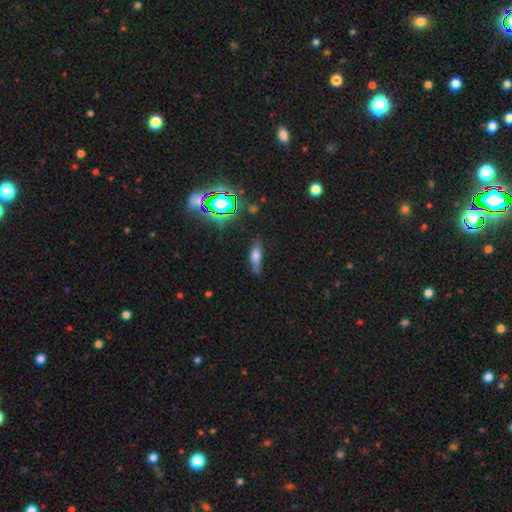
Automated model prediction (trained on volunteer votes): Overall: smooth (60%; featured or disk 25%). How rounded: cigar-shaped (55%; in between 41%). Merging: none (70%).